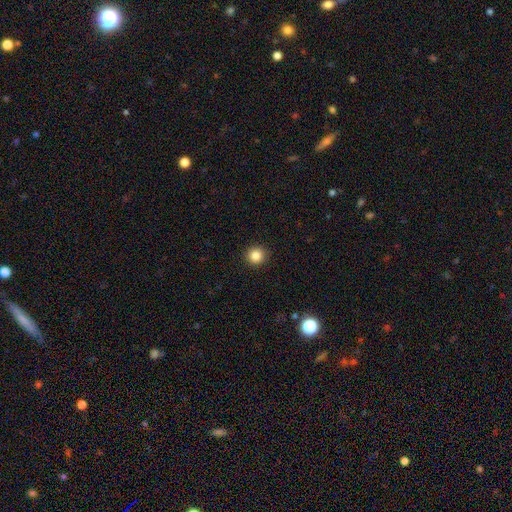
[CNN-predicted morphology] Smooth or featured? Predicted: smooth (p=0.84). How rounded? Predicted: round (p=0.95). Merging? Predicted: none (p=0.93).